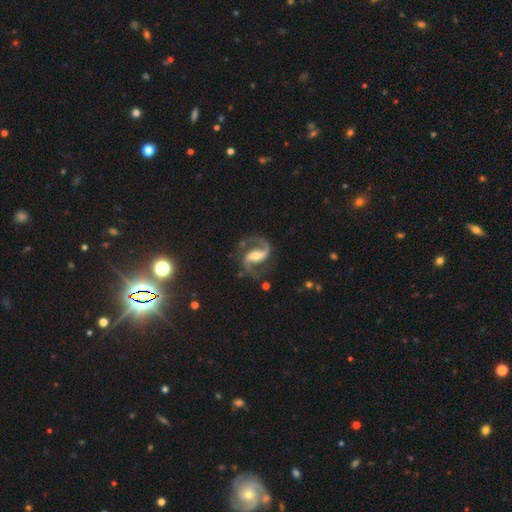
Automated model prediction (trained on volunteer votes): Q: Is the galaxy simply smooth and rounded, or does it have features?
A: featured or disk — 92%.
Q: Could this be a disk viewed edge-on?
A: no — 98%.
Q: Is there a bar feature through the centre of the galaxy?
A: strong — 43%.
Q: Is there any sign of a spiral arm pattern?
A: yes — 98%.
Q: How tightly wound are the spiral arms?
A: medium — 58%.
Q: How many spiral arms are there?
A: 2 — 93%.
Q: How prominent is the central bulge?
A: moderate — 59%.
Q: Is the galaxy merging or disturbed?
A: none — 76%.